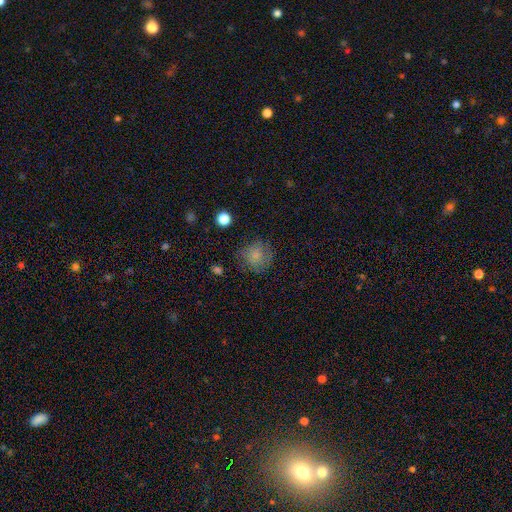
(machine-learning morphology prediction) type=smooth (78%); roundness=round (89%); merging=none (71%).